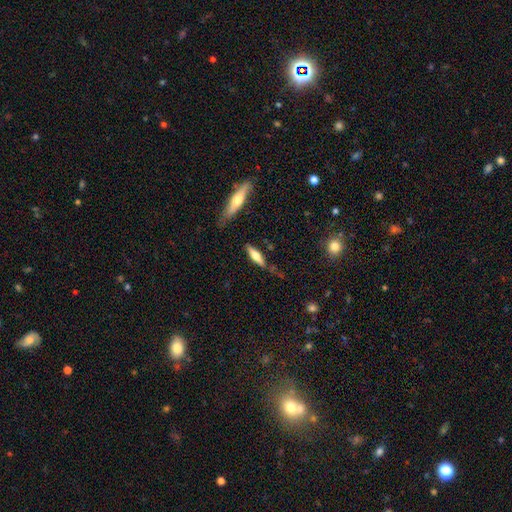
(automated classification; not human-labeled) Smooth or featured? featured or disk (47%)
Merging? none (73%)